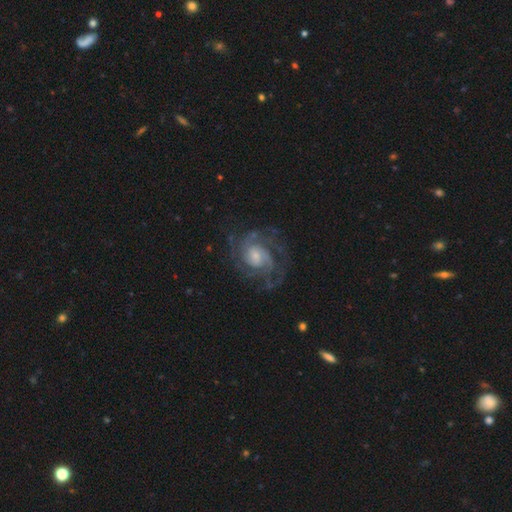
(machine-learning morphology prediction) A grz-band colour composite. It shows a featured or disk galaxy (86%) with no bar (60%), 2 (29%) tight (54%) spiral arms (96%) and a small central bulge (46%). Merging: none (73%).